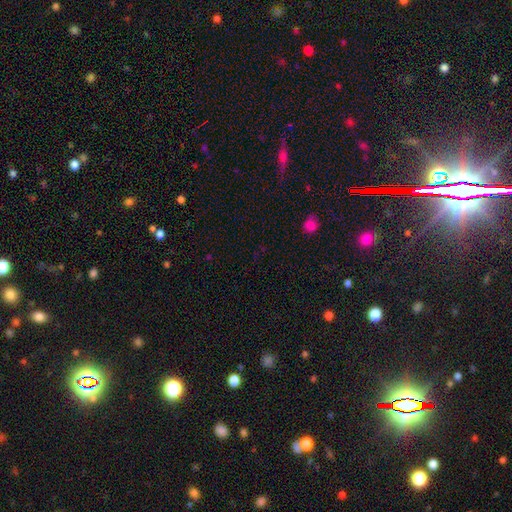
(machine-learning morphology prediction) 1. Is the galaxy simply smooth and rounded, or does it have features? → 62% star or artifact, 31% smooth, 7% featured or disk.